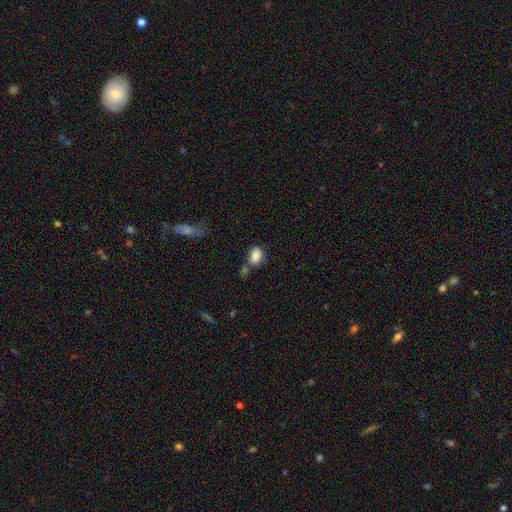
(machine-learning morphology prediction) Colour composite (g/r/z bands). It shows a smooth galaxy with no disk features (86%) that is in between round and cigar-shaped (75%). Merging: none (55%).